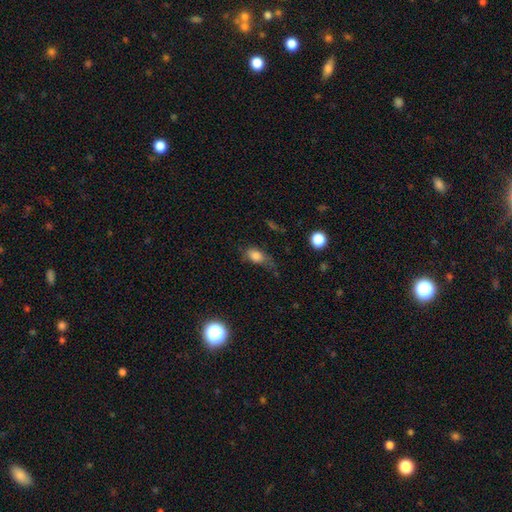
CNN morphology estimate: The model was most divided on "merging": none: 38%, minor disturbance: 33%, major disturbance: 26%, merger: 3%. More confident: how rounded — in between (81%); smooth or featured — smooth (77%).